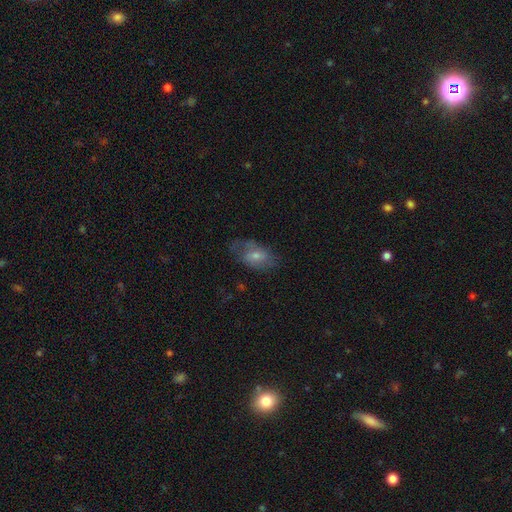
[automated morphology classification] Q: Smooth or featured?
A: smooth (46%); runner-up: featured or disk (42%)
Q: Merging?
A: none (60%); runner-up: minor disturbance (25%)